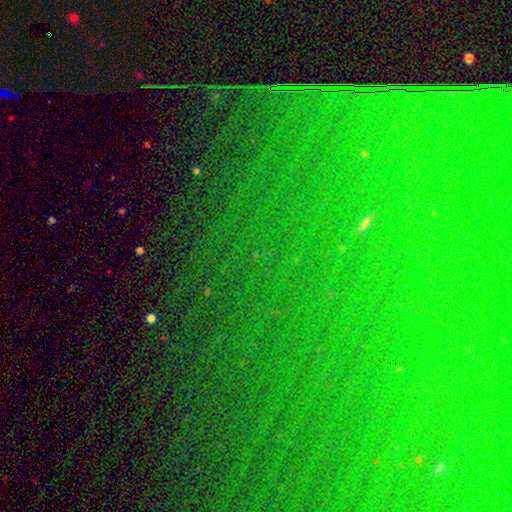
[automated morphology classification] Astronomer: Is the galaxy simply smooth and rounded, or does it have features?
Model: star or artifact — 83%.